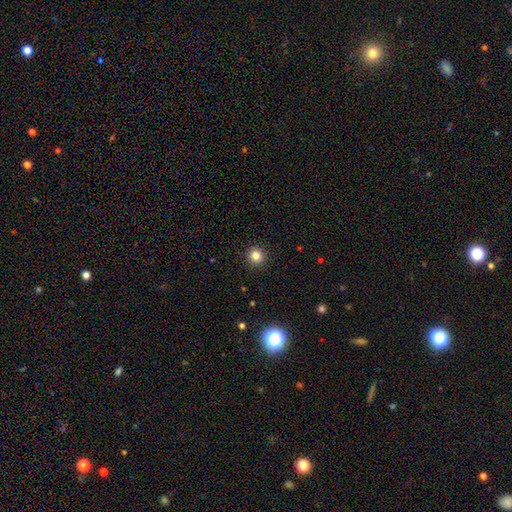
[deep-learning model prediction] Morphology: type=smooth (82%); roundness=round (94%); merging=none (93%).